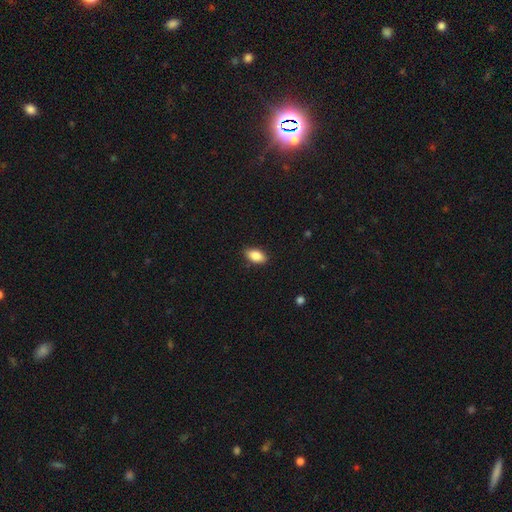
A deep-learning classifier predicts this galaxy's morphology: The model was most divided on "merging": none: 86%, minor disturbance: 11%, major disturbance: 2%, merger: 1%. More confident: how rounded — in between (91%); smooth or featured — smooth (86%).